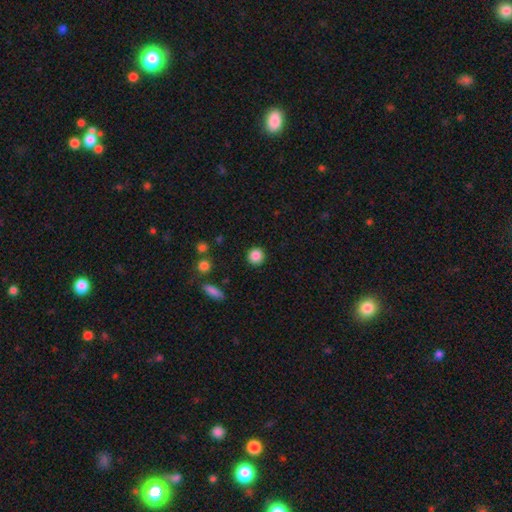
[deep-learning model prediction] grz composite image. It shows a smooth galaxy with no disk features (87%) that is round (93%). Merging: none (91%).